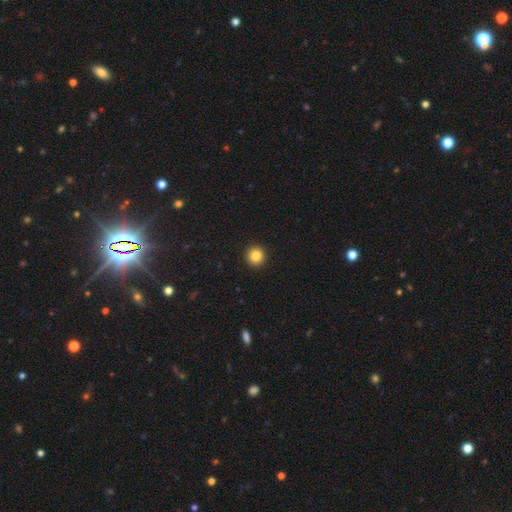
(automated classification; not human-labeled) A smooth galaxy with no disk features (85%) that is round (94%).

Vote fractions:
- Smooth or featured? smooth: 85% / star or artifact: 10% / featured or disk: 5%
- How rounded? round: 94% / in between: 5% / cigar-shaped: 1%
- Merging? none: 93% / minor disturbance: 4% / major disturbance: 1% / merger: 1%